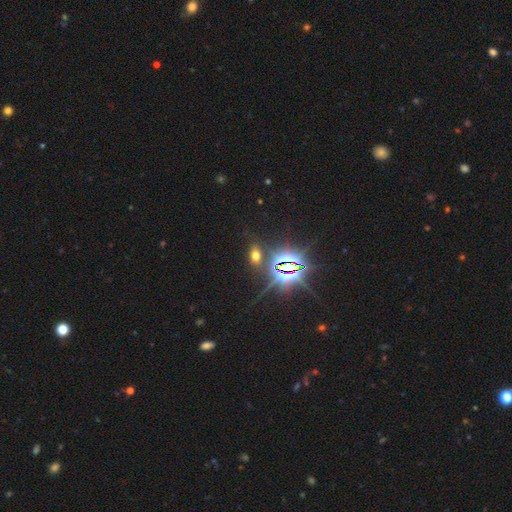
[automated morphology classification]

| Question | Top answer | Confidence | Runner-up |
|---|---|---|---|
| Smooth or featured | star or artifact | 48% | smooth (42%) |